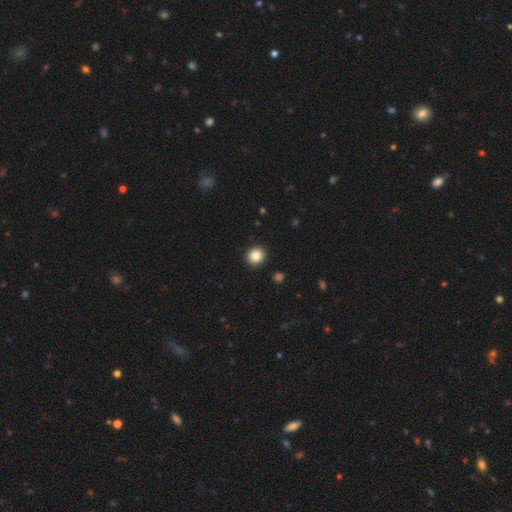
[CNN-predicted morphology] Smooth or featured? smooth (85%)
How rounded? round (89%)
Merging? none (93%)